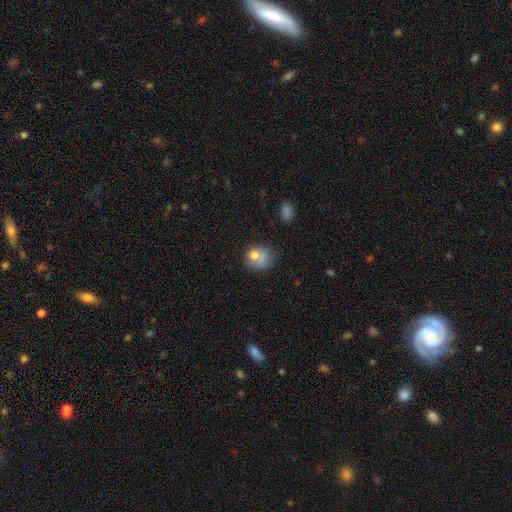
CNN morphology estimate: smooth 71%, featured or disk 18%, star or artifact 12%. Down the decision tree: how rounded — round (63%); merging — none (37%).